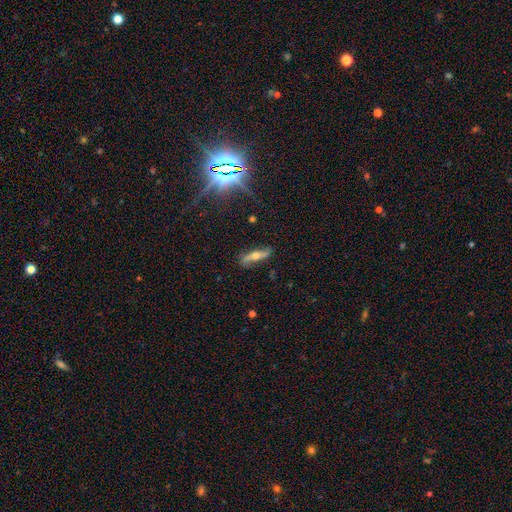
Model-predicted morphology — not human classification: This is likely a featured or disk galaxy (62%). It is likely viewed edge-on (62%). Merging: likely none (78%).